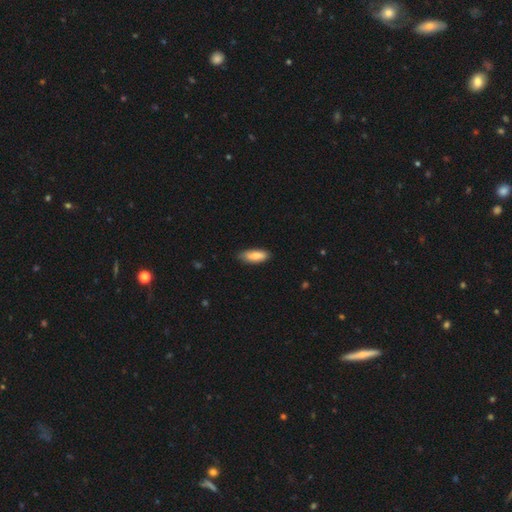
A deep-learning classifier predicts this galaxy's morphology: The model was most divided on "how rounded": in between: 72%, cigar-shaped: 27%, round: 2%. More confident: smooth or featured — smooth (83%); merging — none (79%).